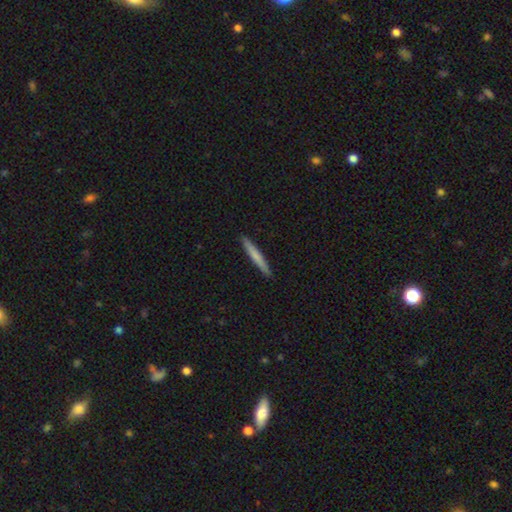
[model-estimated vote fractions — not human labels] Smooth or featured: smooth — 71% (featured or disk — 24%)
How rounded: cigar-shaped — 96% (in between — 3%)
Merging: none — 92% (minor disturbance — 6%)